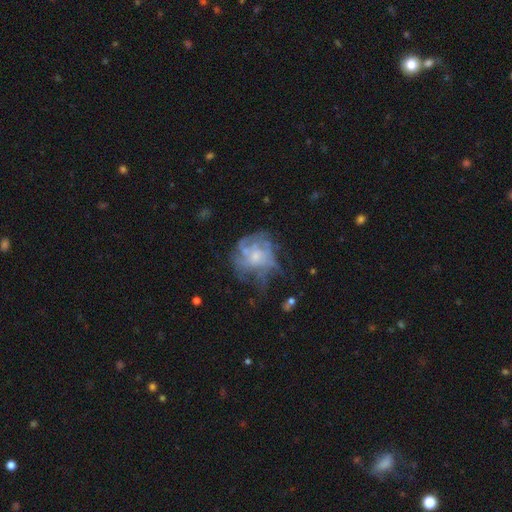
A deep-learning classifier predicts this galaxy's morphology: Overall: featured or disk (66%). Edge-on disk: no (97%). Bar: no (79%). Spiral arms: yes (54%; no 46%). Bulge size: small (49%; moderate 32%). Merging: none (44%; major disturbance 30%).